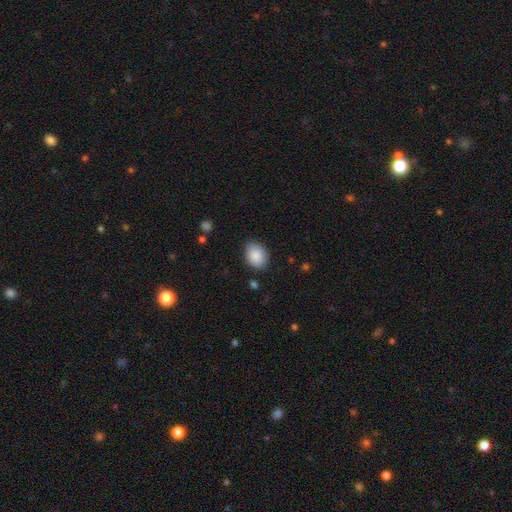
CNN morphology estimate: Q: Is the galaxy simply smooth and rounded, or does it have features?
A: smooth — 88%.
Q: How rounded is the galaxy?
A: in between — 66%.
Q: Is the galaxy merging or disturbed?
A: none — 77%.